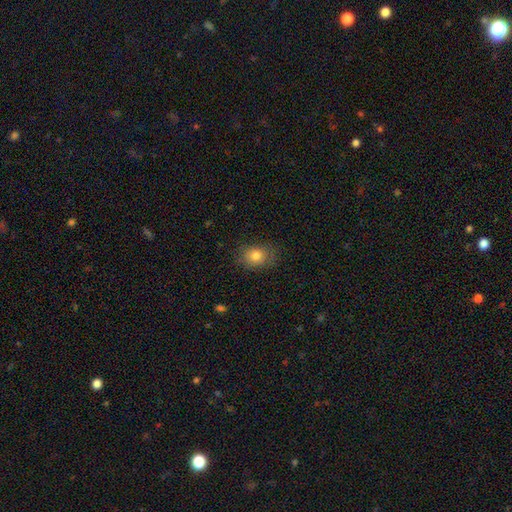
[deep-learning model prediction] smooth 81%, star or artifact 10%, featured or disk 9%. Down the decision tree: how rounded — in between (58%); merging — none (77%).